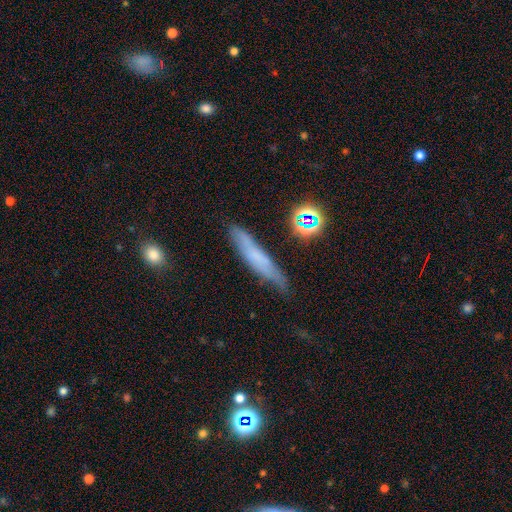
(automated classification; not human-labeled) A smooth galaxy with no disk features (53%) that is cigar-shaped (87%). Merging: none (69%).